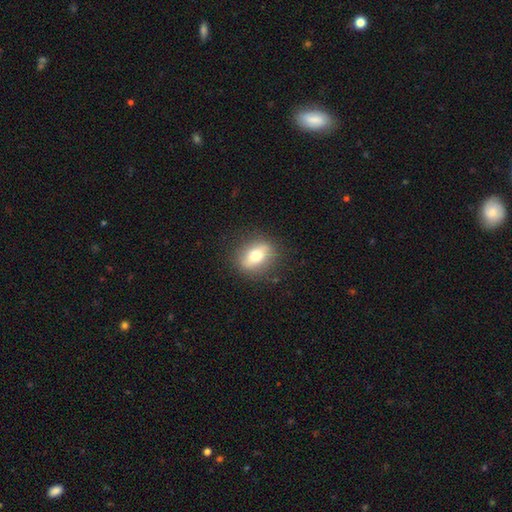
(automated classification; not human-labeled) smooth-or-featured: smooth: 60% | featured or disk: 33% | star or artifact: 7%
  how-rounded: in between: 61% | round: 33% | cigar-shaped: 6%
  merging: none: 84% | minor disturbance: 11% | major disturbance: 3% | merger: 1%